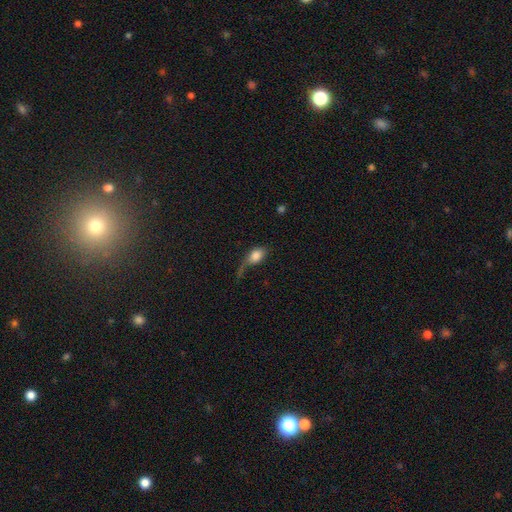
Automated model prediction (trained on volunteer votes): Overall: smooth (80%). How rounded: in between (82%). Merging: none (34%; major disturbance 31%).